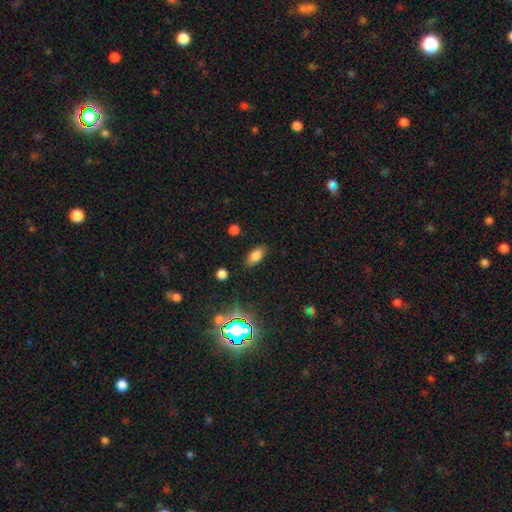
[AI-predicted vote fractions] Smooth or featured?
  - smooth: 78% *
  - star or artifact: 13%
  - featured or disk: 8%
How rounded?
  - in between: 88% *
  - cigar-shaped: 7%
  - round: 5%
Merging?
  - none: 84% *
  - minor disturbance: 11%
  - major disturbance: 3%
  - merger: 2%